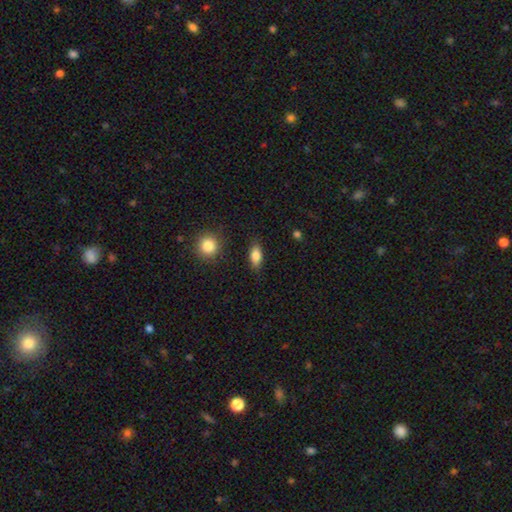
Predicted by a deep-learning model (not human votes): Smooth or featured: smooth — 81% (featured or disk — 12%)
How rounded: in between — 83% (cigar-shaped — 12%)
Merging: none — 84% (minor disturbance — 11%)